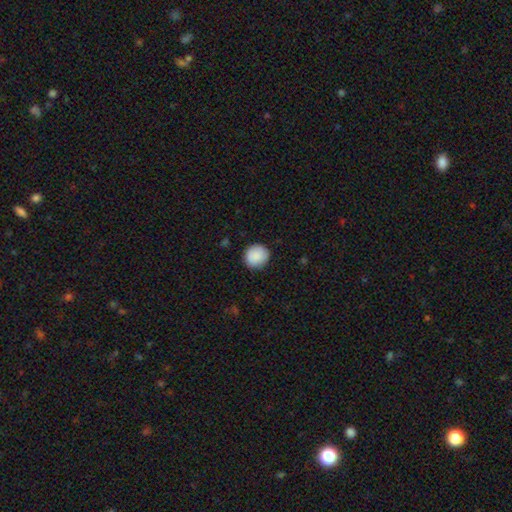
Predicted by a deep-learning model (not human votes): smooth_or_featured: smooth (p=0.90) [alt: star or artifact p=0.07]
how_rounded: round (p=0.89) [alt: in between p=0.10]
merging: none (p=0.89) [alt: minor disturbance p=0.08]